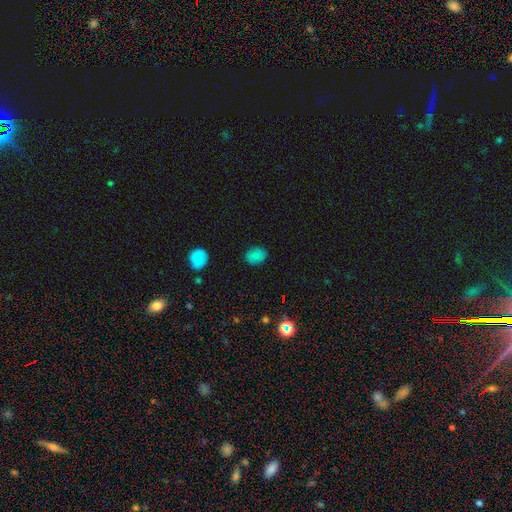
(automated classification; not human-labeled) Smooth or featured? smooth (82%)
How rounded? in between (62%)
Merging? none (85%)